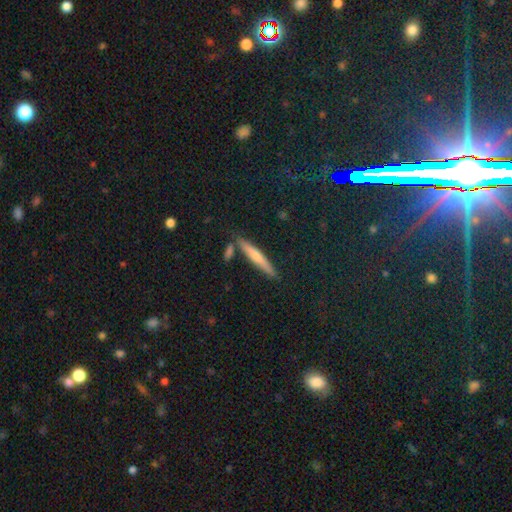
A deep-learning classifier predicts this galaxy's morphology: smooth_or_featured: smooth (p=0.52) [alt: featured or disk p=0.37]
how_rounded: cigar-shaped (p=0.91) [alt: in between p=0.07]
merging: none (p=0.83) [alt: minor disturbance p=0.10]